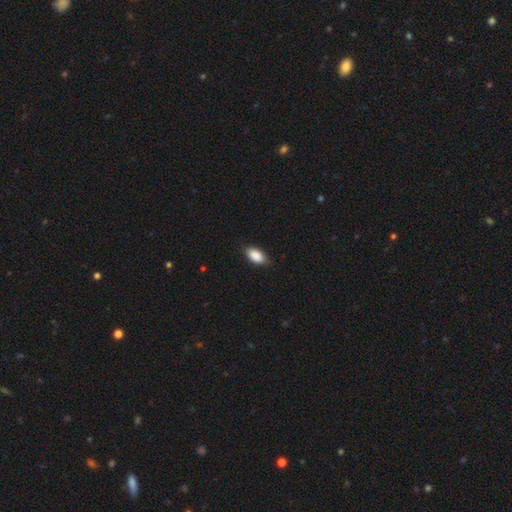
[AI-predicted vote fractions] Smooth or featured? Predicted: smooth (p=0.89). How rounded? Predicted: in between (p=0.93). Merging? Predicted: none (p=0.83).